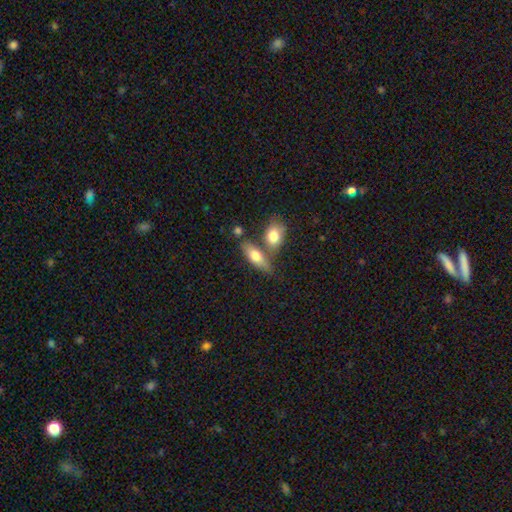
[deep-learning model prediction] A smooth galaxy with no disk features (70%) that is in between round and cigar-shaped (69%).

Vote fractions:
- Smooth or featured? smooth: 70% / featured or disk: 23% / star or artifact: 6%
- How rounded? in between: 69% / cigar-shaped: 26% / round: 5%
- Merging? none: 52% / merger: 32% / minor disturbance: 12% / major disturbance: 4%